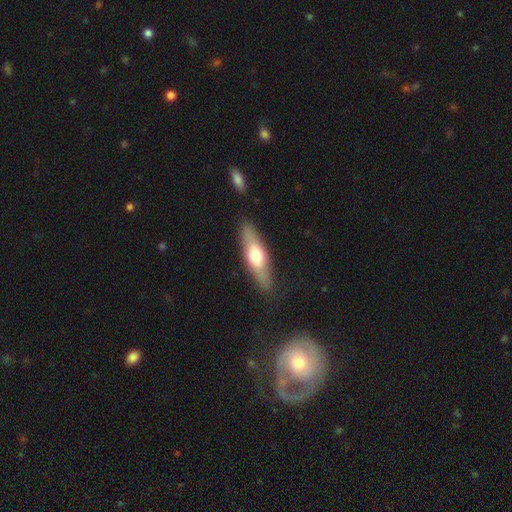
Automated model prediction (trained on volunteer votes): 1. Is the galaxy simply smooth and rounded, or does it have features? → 56% smooth, 38% featured or disk, 6% star or artifact.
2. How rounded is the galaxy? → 55% cigar-shaped, 42% in between, 3% round.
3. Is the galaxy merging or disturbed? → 85% none, 11% minor disturbance, 3% major disturbance, 1% merger.